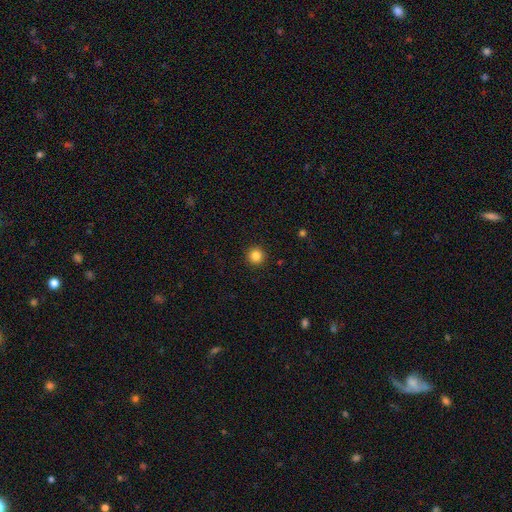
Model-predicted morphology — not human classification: Smooth or featured: smooth — 84% (star or artifact — 11%)
How rounded: round — 96% (in between — 3%)
Merging: none — 93% (minor disturbance — 5%)